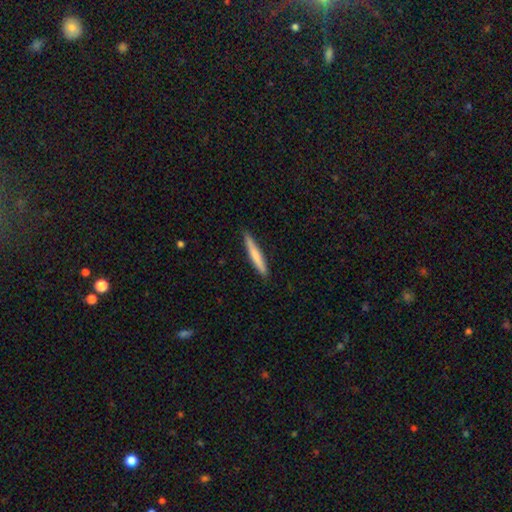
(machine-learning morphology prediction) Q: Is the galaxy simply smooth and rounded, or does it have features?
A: smooth — 70%.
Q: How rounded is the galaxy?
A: cigar-shaped — 95%.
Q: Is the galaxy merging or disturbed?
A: none — 89%.